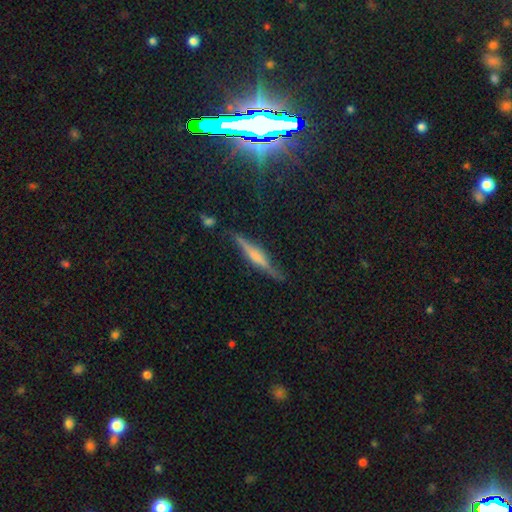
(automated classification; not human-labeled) This appears to be a featured or disk galaxy (64%) viewed edge-on (95%) with a rounded central bulge (47%). Merging: none (81%).